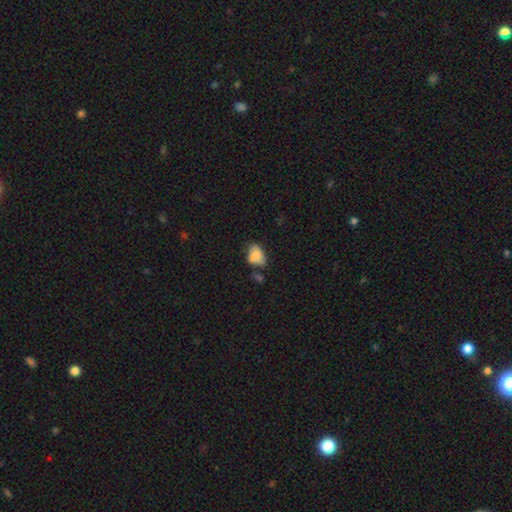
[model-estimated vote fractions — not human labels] The model was most divided on "merging": none: 44%, minor disturbance: 30%, merger: 15%, major disturbance: 11%. More confident: how rounded — in between (81%); smooth or featured — smooth (79%).